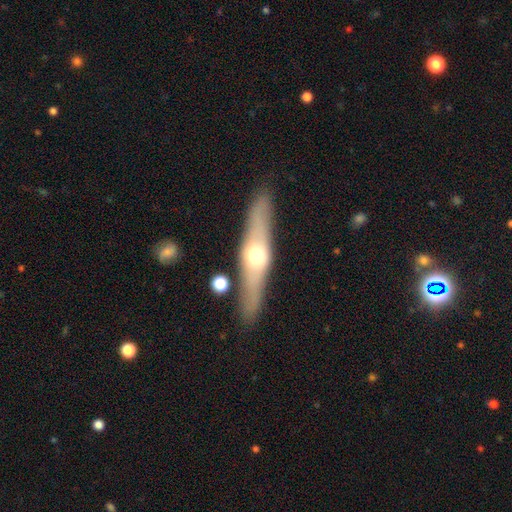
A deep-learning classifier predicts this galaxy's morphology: This is likely a featured or disk galaxy (60%). It is clearly viewed edge-on (87%). Edge-on bulge: clearly rounded (90%). Merging: clearly none (86%).